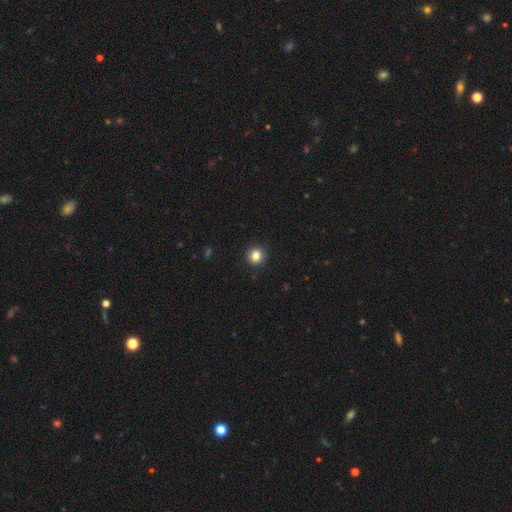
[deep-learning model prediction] Smooth or featured? smooth (83%)
How rounded? round (91%)
Merging? none (93%)